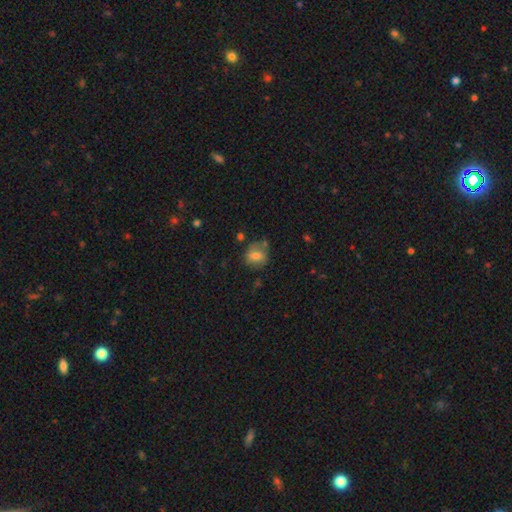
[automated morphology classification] Smooth or featured: smooth — 64% (featured or disk — 26%)
How rounded: round — 61% (in between — 38%)
Merging: none — 58% (minor disturbance — 25%)